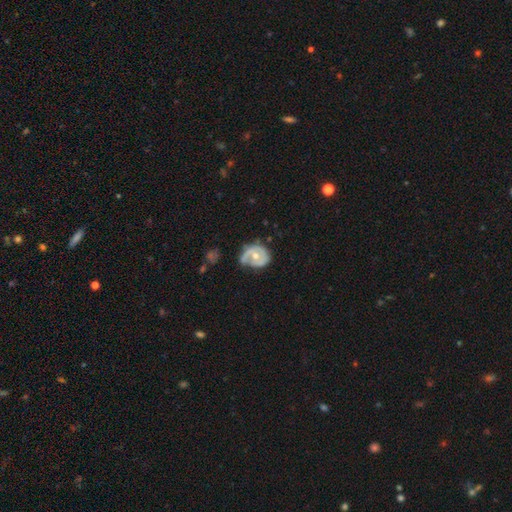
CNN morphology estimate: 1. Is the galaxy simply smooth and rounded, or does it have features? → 68% featured or disk, 26% smooth, 5% star or artifact.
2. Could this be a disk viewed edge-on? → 97% no, 3% yes.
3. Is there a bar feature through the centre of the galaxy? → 75% no, 20% weak, 5% strong.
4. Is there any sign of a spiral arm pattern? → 71% yes, 29% no.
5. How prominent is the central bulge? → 64% moderate, 31% small, 2% large, 1% none, 1% dominant.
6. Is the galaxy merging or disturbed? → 40% none, 34% minor disturbance, 22% major disturbance, 4% merger.